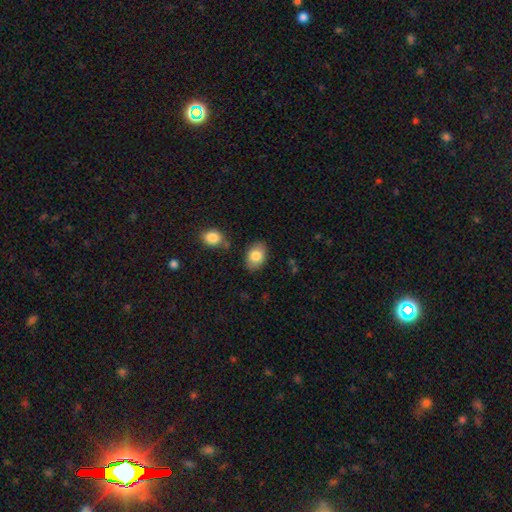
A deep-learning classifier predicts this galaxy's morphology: Smooth or featured? smooth (82%)
How rounded? in between (81%)
Merging? none (81%)